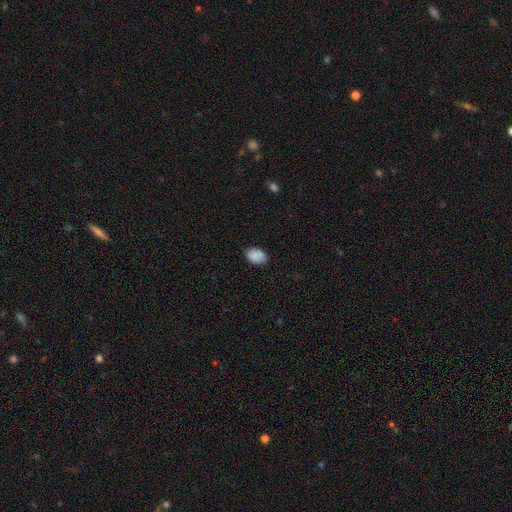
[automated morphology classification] Overall: smooth (88%). How rounded: in between (82%). Merging: none (83%).